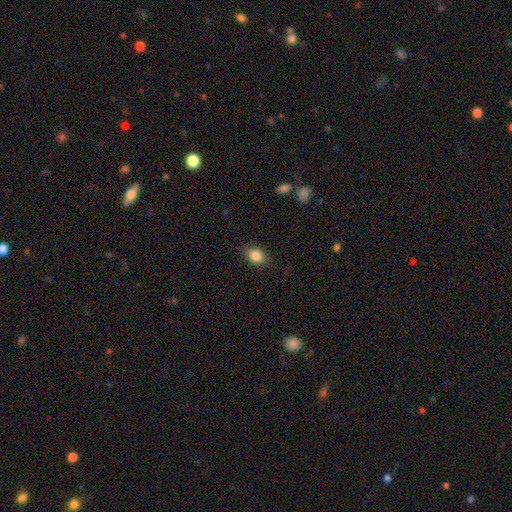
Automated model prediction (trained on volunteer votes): Smooth or featured: smooth — 85% (star or artifact — 9%)
How rounded: in between — 66% (round — 32%)
Merging: none — 84% (minor disturbance — 12%)